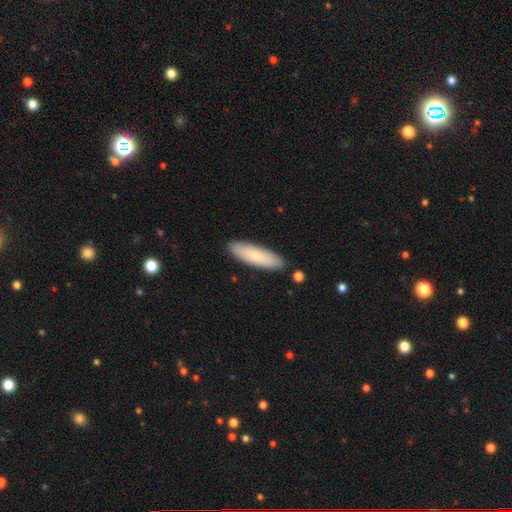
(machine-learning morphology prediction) Smooth or featured?
  - smooth: 72% *
  - featured or disk: 22%
  - star or artifact: 6%
How rounded?
  - cigar-shaped: 56% *
  - in between: 42%
  - round: 2%
Merging?
  - none: 87% *
  - minor disturbance: 9%
  - merger: 2%
  - major disturbance: 2%